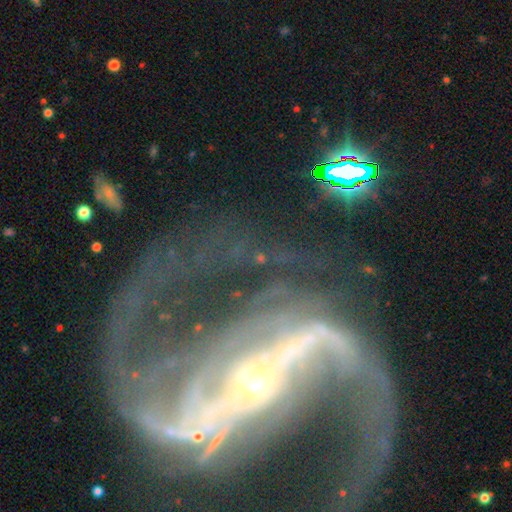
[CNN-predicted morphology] This appears to be a featured or disk galaxy (91%) with a strong bar (71%), 2 (78%) loose (45%) spiral arms (96%) and a small central bulge (72%). Merging: none (51%).